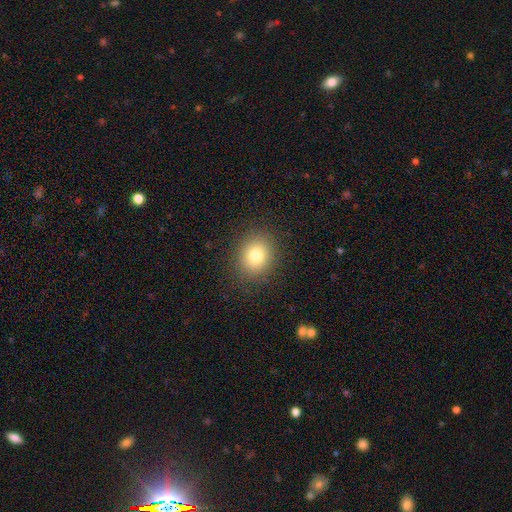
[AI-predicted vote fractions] Smooth or featured: smooth — 78% (star or artifact — 12%)
How rounded: round — 68% (in between — 31%)
Merging: none — 88% (minor disturbance — 8%)